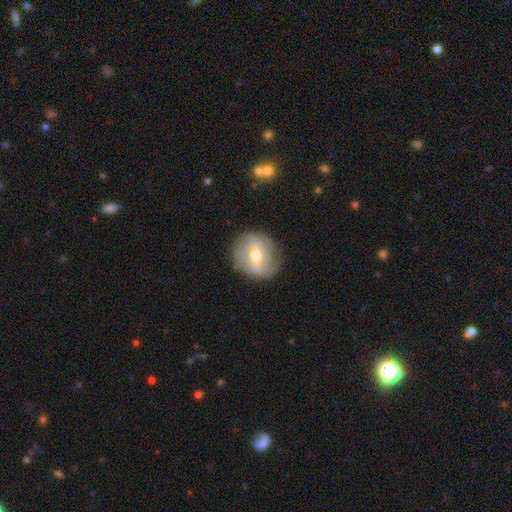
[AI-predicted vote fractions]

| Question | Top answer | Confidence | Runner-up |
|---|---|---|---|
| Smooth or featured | featured or disk | 69% | smooth (24%) |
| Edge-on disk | no | 96% | yes (4%) |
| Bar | weak | 52% | strong (25%) |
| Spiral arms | yes | 80% | no (20%) |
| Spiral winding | tight | 44% | medium (36%) |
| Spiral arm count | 2 | 38% | can't tell (34%) |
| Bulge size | moderate | 67% | small (28%) |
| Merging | none | 78% | minor disturbance (15%) |